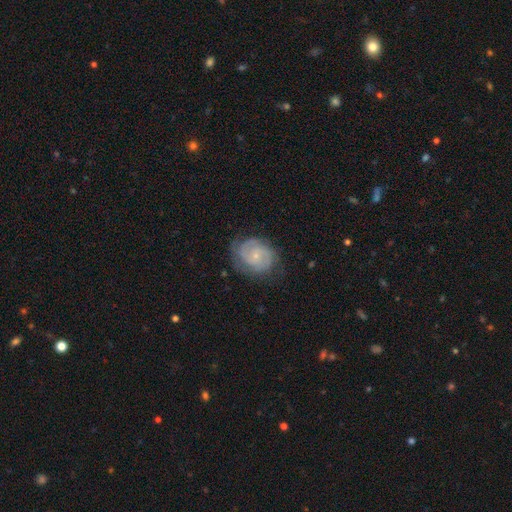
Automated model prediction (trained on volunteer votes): This is likely a featured or disk galaxy (76%). It is clearly not viewed edge-on (98%). Bar: likely no (70%). Spiral arm pattern: clearly yes (93%). Spiral arm count: possibly 2 (55%). Spiral winding: possibly tight (57%). Central bulge: likely small (77%). Merging: likely none (71%).